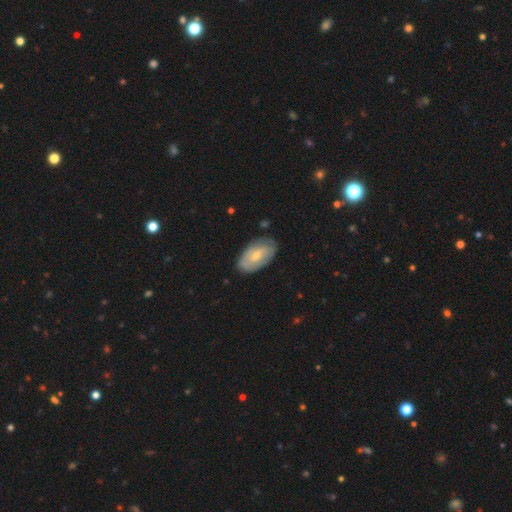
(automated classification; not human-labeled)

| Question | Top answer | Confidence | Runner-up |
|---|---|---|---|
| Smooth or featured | smooth | 53% | featured or disk (42%) |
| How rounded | in between | 93% | round (4%) |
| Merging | none | 77% | minor disturbance (17%) |